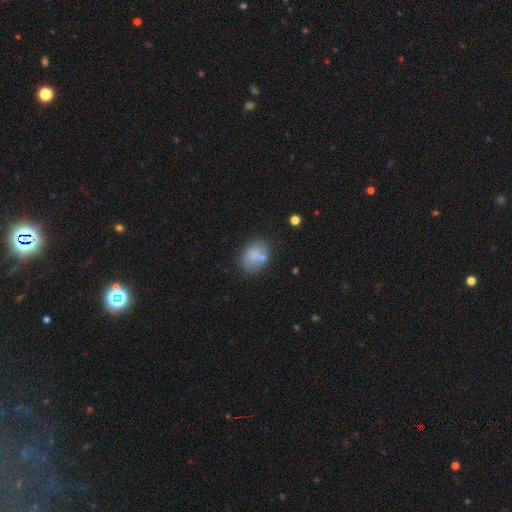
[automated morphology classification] Q: Smooth or featured?
A: smooth (75%); runner-up: featured or disk (17%)
Q: How rounded?
A: in between (62%); runner-up: round (37%)
Q: Merging?
A: none (58%); runner-up: minor disturbance (21%)